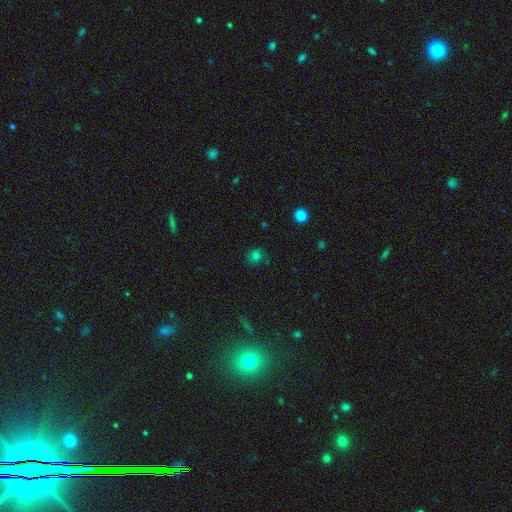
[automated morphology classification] Q: Smooth or featured?
A: smooth (66%); runner-up: star or artifact (23%)
Q: How rounded?
A: round (78%); runner-up: in between (21%)
Q: Merging?
A: none (77%); runner-up: minor disturbance (16%)